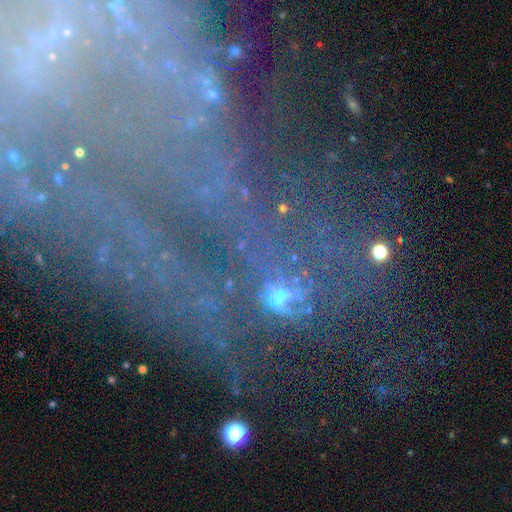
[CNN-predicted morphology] smooth_or_featured: star or artifact (p=0.46) [alt: featured or disk p=0.37]